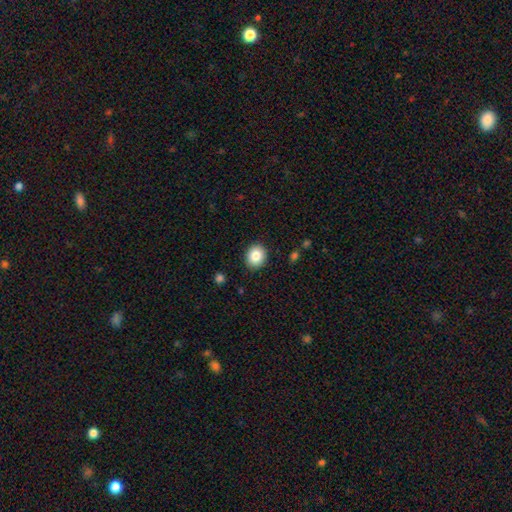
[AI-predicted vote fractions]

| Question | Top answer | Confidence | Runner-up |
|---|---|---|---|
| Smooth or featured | smooth | 84% | star or artifact (9%) |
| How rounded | round | 67% | in between (32%) |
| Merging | none | 90% | minor disturbance (7%) |